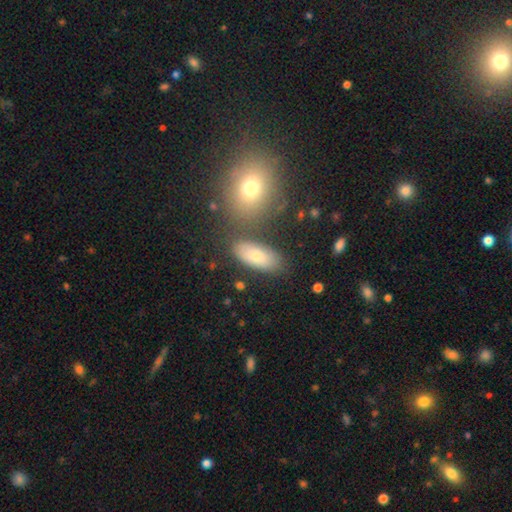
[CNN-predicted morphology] Smooth or featured? Predicted: smooth (p=0.77). How rounded? Predicted: in between (p=0.87). Merging? Predicted: none (p=0.72).